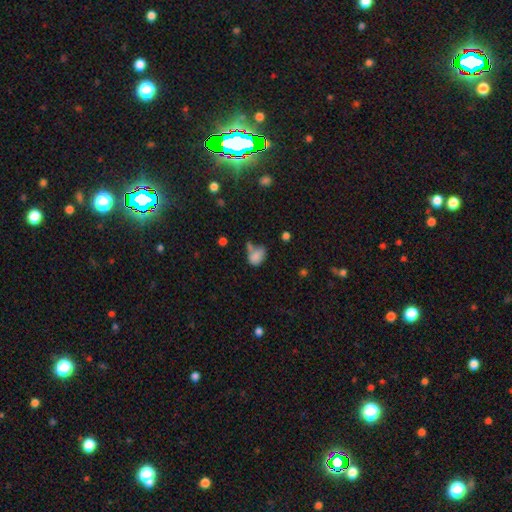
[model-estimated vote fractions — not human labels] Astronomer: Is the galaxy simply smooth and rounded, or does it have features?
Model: smooth — 77%.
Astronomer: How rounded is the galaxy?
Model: in between — 77%.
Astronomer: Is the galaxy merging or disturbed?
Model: merger — 32% (runner-up: none, 31%).